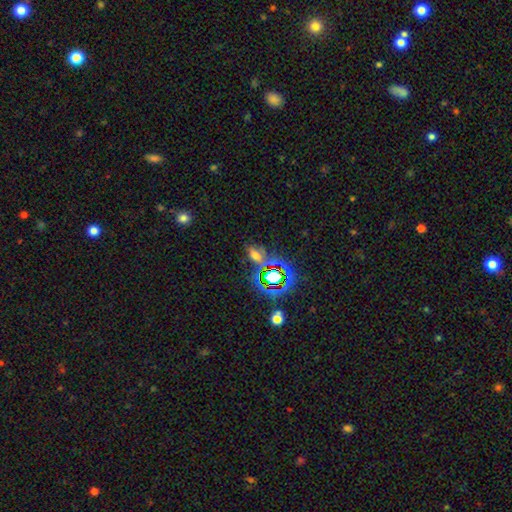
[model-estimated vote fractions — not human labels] This is marginally a smooth galaxy (45%). Merging: likely none (64%).